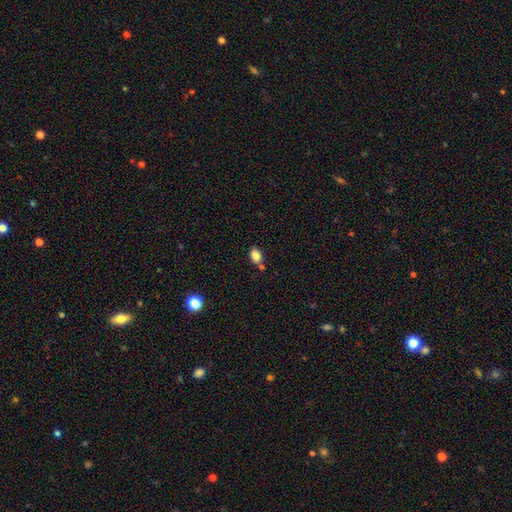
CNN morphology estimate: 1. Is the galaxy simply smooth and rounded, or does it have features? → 85% smooth, 10% star or artifact, 6% featured or disk.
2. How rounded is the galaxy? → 77% in between, 22% round, 1% cigar-shaped.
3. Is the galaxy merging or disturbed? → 70% none, 14% minor disturbance, 13% merger, 3% major disturbance.